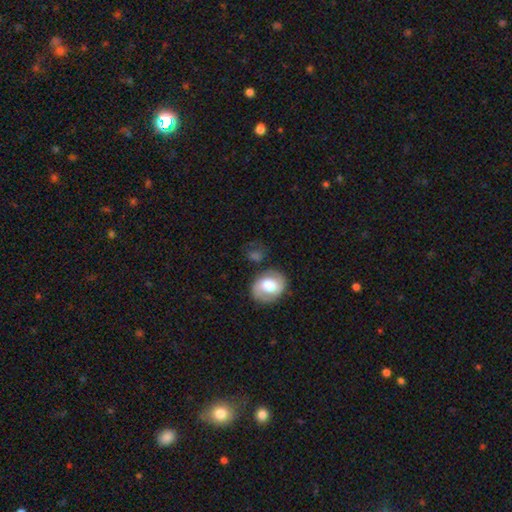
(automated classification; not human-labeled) Smooth or featured? Predicted: smooth (p=0.50). Merging? Predicted: none (p=0.69).